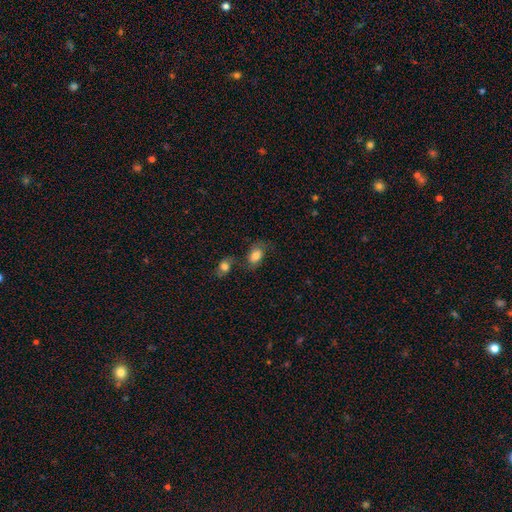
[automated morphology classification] Smooth or featured? Predicted: smooth (p=0.80). How rounded? Predicted: in between (p=0.80). Merging? Predicted: none (p=0.57).